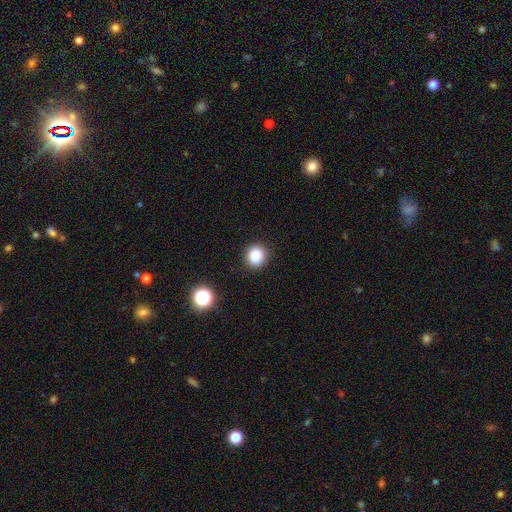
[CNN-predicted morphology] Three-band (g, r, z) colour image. It shows a smooth galaxy with no disk features (85%) that is round (85%). Merging: none (90%).